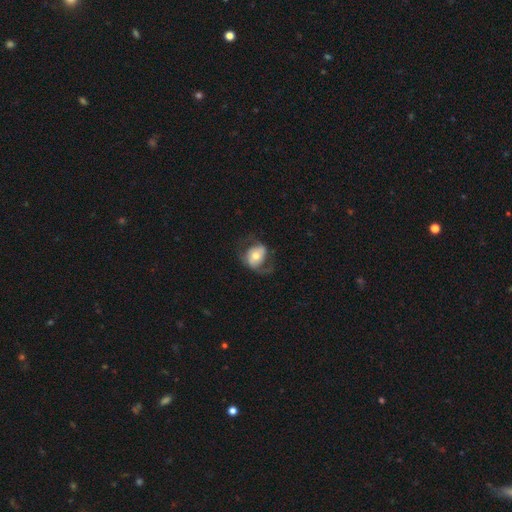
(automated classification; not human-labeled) A featured or disk galaxy (55%) with no bar (57%), spiral arms (70%) and a moderate central bulge (67%). Merging: none (51%).